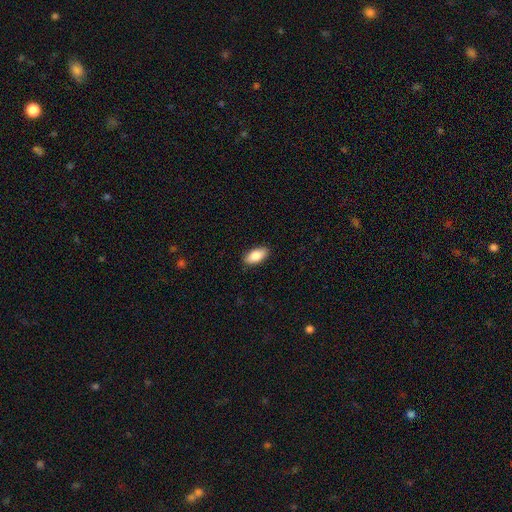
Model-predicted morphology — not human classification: This appears to be a smooth galaxy with no disk features (85%) that is in between round and cigar-shaped (92%). Merging: none (89%).